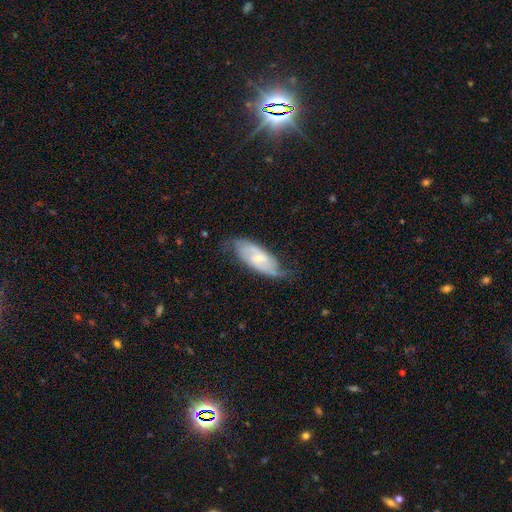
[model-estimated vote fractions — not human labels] Morphology: type=featured or disk (62%); edge-on=no (85%); bar=no (56%); spiral arms=yes (87%); bulge=small (52%); merging=none (67%).